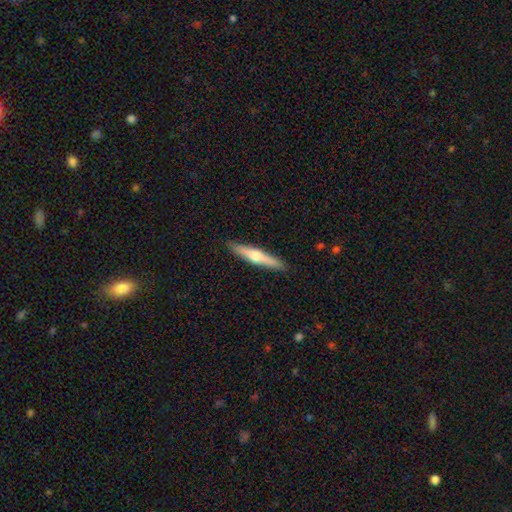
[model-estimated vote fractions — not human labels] The model was most divided on "smooth or featured": featured or disk: 55%, smooth: 40%, star or artifact: 5%. More confident: edge-on disk — yes (96%); merging — none (91%); edge-on bulge — rounded (89%).